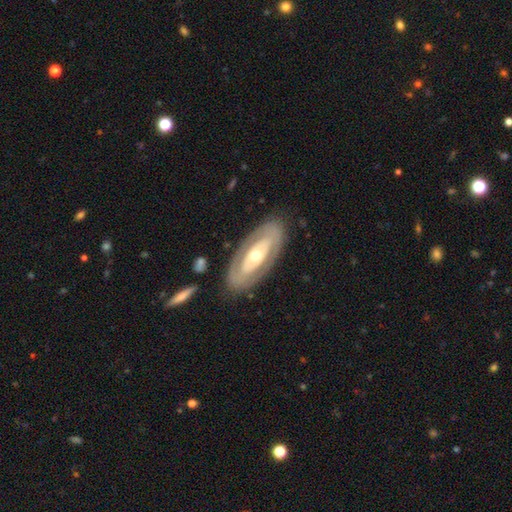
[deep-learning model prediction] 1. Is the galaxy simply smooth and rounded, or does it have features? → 70% featured or disk, 25% smooth, 5% star or artifact.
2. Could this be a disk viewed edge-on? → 87% no, 13% yes.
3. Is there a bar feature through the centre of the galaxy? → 76% no, 13% weak, 11% strong.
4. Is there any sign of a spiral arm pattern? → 68% no, 32% yes.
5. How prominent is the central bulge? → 63% moderate, 28% small, 7% large, 1% dominant, 1% none.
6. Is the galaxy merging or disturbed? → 83% none, 11% minor disturbance, 5% major disturbance, 2% merger.